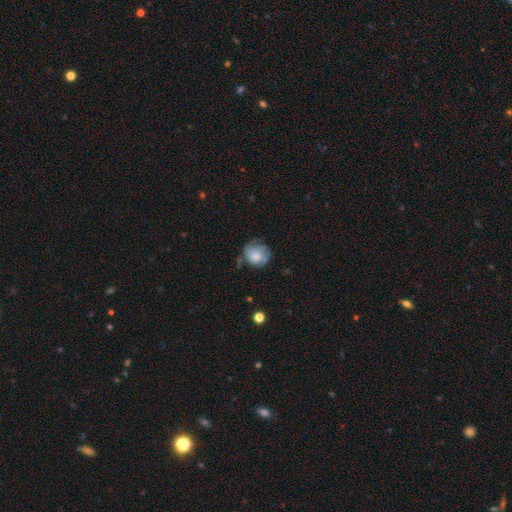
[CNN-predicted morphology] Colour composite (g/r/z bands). It shows a smooth galaxy with no disk features (62%) that is round (75%). Merging: none (50%).